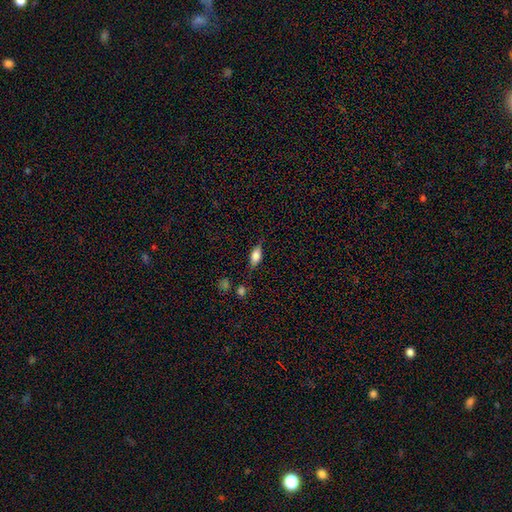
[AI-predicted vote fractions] smooth-or-featured: smooth: 68% | featured or disk: 24% | star or artifact: 9%
  how-rounded: in between: 79% | cigar-shaped: 15% | round: 5%
  merging: none: 71% | minor disturbance: 20% | major disturbance: 6% | merger: 3%